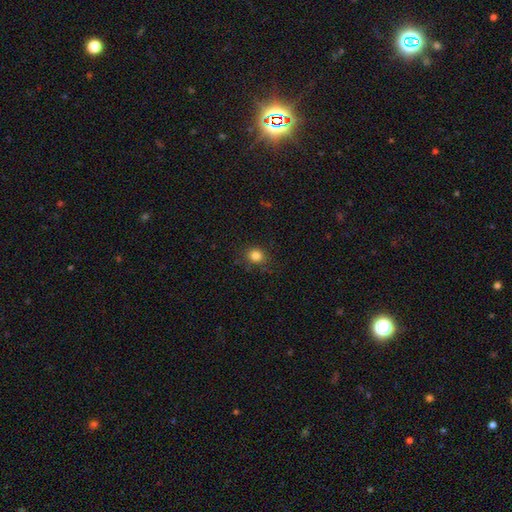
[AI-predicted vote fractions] smooth-or-featured: smooth: 84% | star or artifact: 12% | featured or disk: 5%
  how-rounded: round: 76% | in between: 23% | cigar-shaped: 1%
  merging: none: 81% | minor disturbance: 13% | major disturbance: 4% | merger: 1%